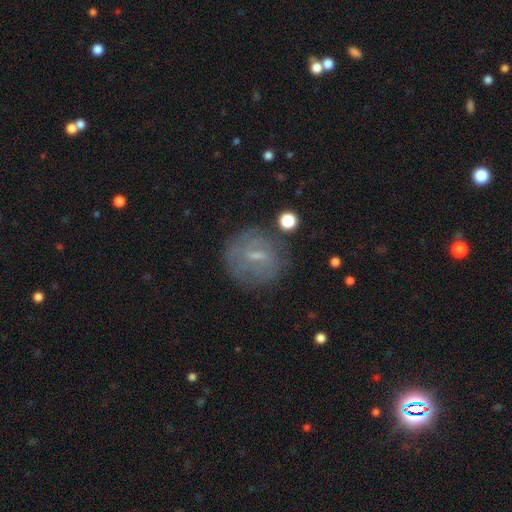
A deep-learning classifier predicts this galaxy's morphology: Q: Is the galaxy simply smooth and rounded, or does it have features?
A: featured or disk — 53%.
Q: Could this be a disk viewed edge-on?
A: no — 94%.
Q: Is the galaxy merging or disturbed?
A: none — 73%.